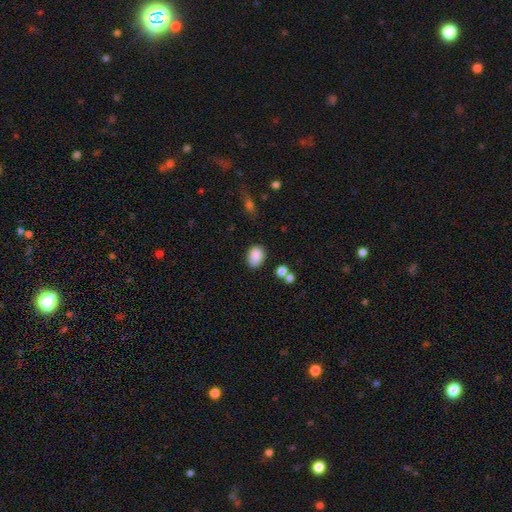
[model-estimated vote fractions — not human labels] A smooth galaxy with no disk features (87%) that is in between round and cigar-shaped (71%).

Vote fractions:
- Smooth or featured? smooth: 87% / star or artifact: 9% / featured or disk: 4%
- How rounded? in between: 71% / round: 28% / cigar-shaped: 1%
- Merging? none: 77% / minor disturbance: 15% / merger: 4% / major disturbance: 4%